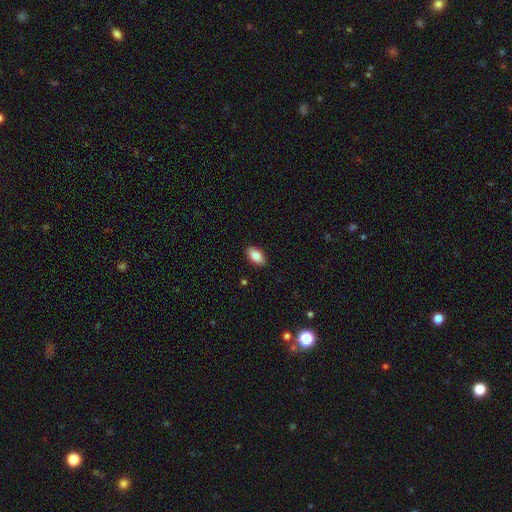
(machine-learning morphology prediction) This appears to be a smooth galaxy with no disk features (86%) that is in between round and cigar-shaped (93%). Merging: none (89%).